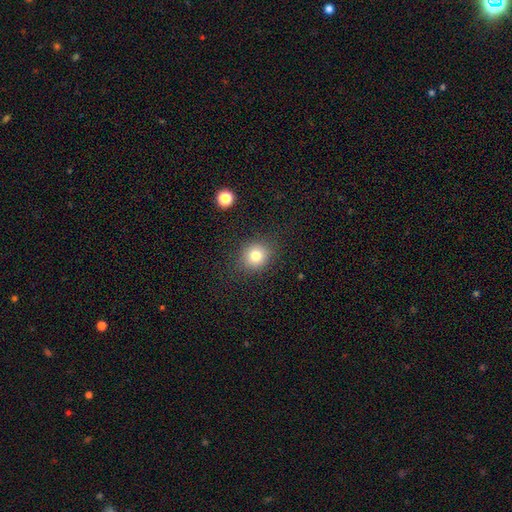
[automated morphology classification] A smooth galaxy with no disk features (79%) that is round (78%).

Vote fractions:
- Smooth or featured? smooth: 79% / star or artifact: 12% / featured or disk: 9%
- How rounded? round: 78% / in between: 21% / cigar-shaped: 1%
- Merging? none: 87% / minor disturbance: 9% / major disturbance: 3% / merger: 1%